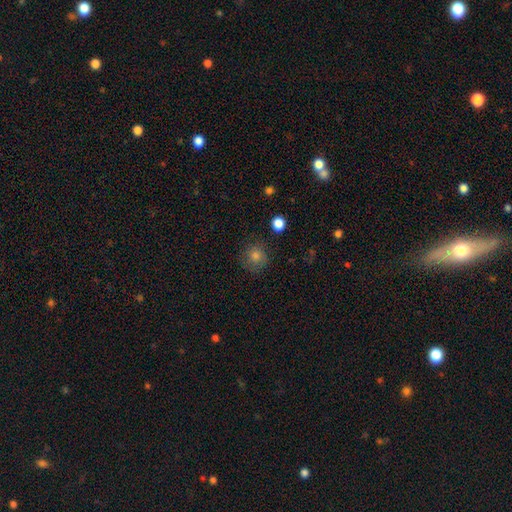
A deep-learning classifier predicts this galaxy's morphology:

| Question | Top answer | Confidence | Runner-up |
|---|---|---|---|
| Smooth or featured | smooth | 73% | star or artifact (16%) |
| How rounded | round | 91% | in between (8%) |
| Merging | none | 82% | minor disturbance (12%) |